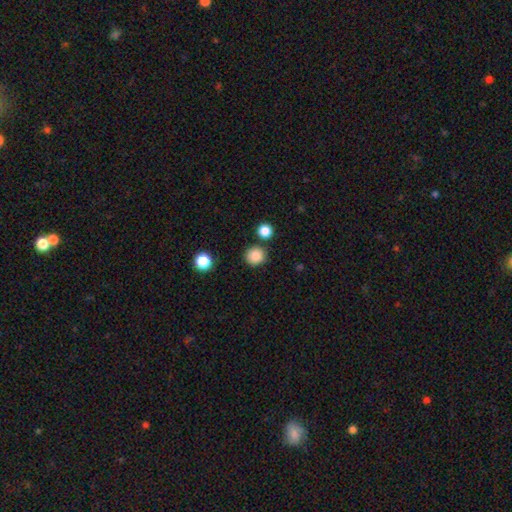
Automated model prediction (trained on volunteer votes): A smooth galaxy with no disk features (86%) that is round (91%). Merging: none (84%).